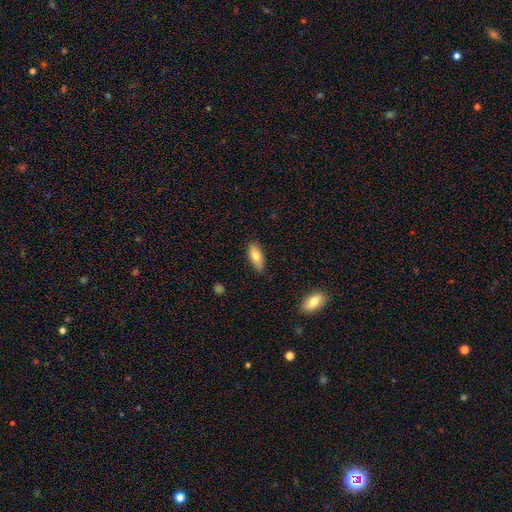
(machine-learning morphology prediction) smooth_or_featured: smooth (p=0.77) [alt: featured or disk p=0.16]
how_rounded: in between (p=0.80) [alt: cigar-shaped p=0.18]
merging: none (p=0.82) [alt: minor disturbance p=0.14]